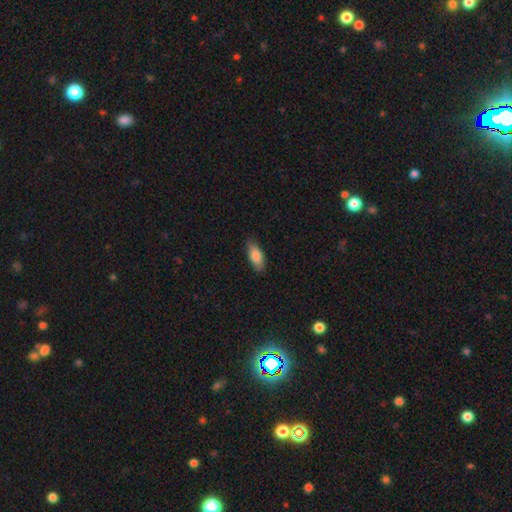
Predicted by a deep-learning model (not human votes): smooth_or_featured: smooth (p=0.82) [alt: featured or disk p=0.12]
how_rounded: in between (p=0.84) [alt: cigar-shaped p=0.13]
merging: none (p=0.81) [alt: minor disturbance p=0.15]